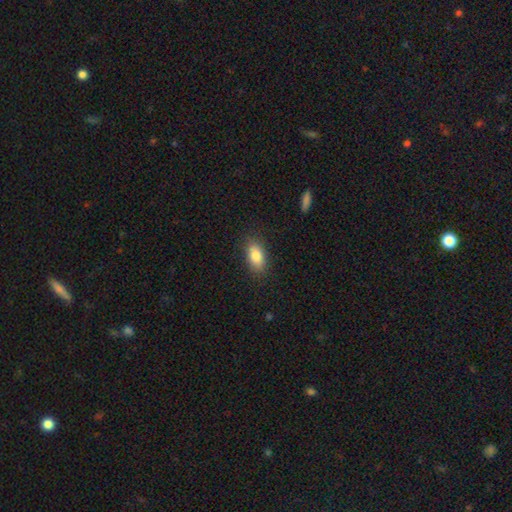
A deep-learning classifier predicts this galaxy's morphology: smooth_or_featured: smooth (p=0.83) [alt: featured or disk p=0.09]
how_rounded: in between (p=0.88) [alt: cigar-shaped p=0.06]
merging: none (p=0.85) [alt: minor disturbance p=0.11]